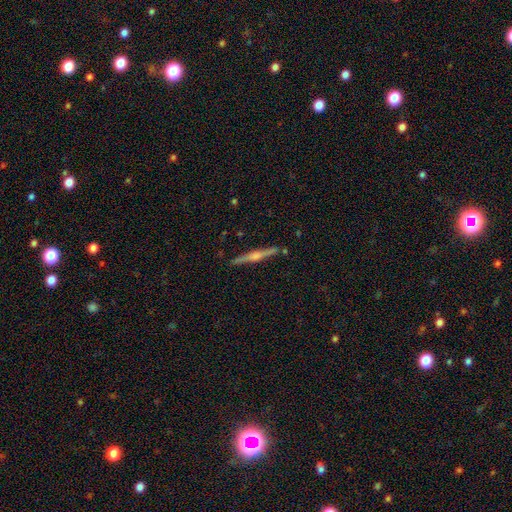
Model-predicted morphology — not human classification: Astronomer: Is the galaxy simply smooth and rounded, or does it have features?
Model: featured or disk — 78%.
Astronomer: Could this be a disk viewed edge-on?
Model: yes — 98%.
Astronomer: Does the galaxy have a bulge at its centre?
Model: rounded — 84%.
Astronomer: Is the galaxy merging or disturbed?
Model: none — 91%.